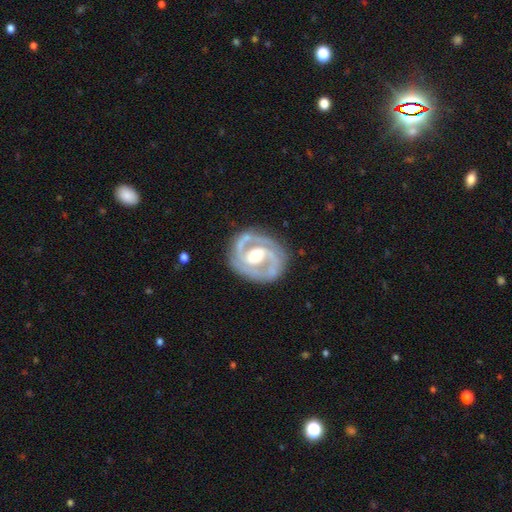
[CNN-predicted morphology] A featured or disk galaxy (90%) with a weak bar (41%), 2 (84%) tight (52%) spiral arms (96%) and a moderate central bulge (69%).

Vote fractions:
- Smooth or featured? featured or disk: 90% / smooth: 6% / star or artifact: 4%
- Edge-on disk? no: 98% / yes: 2%
- Bar? weak: 41% / no: 35% / strong: 24%
- Spiral arms? yes: 96% / no: 4%
- Spiral winding? tight: 52% / medium: 41% / loose: 7%
- Spiral arm count? 2: 84% / 3: 6% / can't tell: 4% / 1: 3% / 4: 1% / more than 4: 1%
- Bulge size? moderate: 69% / small: 16% / large: 12% / none: 1% / dominant: 1%
- Merging? none: 82% / minor disturbance: 13% / major disturbance: 4% / merger: 1%